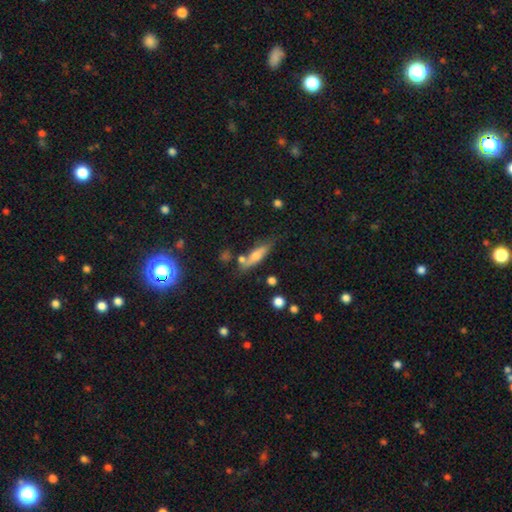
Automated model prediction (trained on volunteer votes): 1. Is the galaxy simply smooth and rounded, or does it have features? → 53% smooth, 39% featured or disk, 8% star or artifact.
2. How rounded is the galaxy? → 61% cigar-shaped, 35% in between, 3% round.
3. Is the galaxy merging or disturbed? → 65% none, 18% minor disturbance, 13% merger, 5% major disturbance.